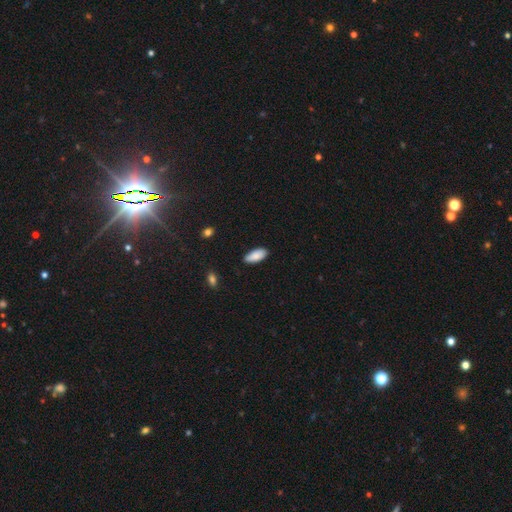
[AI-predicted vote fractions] The model was most divided on "merging": none: 83%, minor disturbance: 13%, major disturbance: 2%, merger: 1%. More confident: how rounded — in between (87%); smooth or featured — smooth (87%).